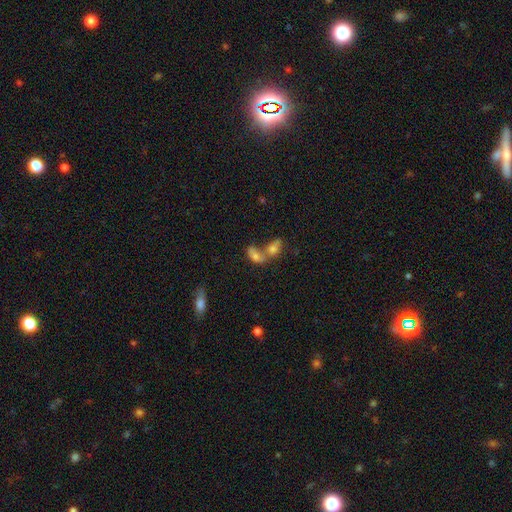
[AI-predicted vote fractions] Q: Smooth or featured?
A: smooth (65%); runner-up: featured or disk (21%)
Q: How rounded?
A: in between (78%); runner-up: round (15%)
Q: Merging?
A: merger (66%); runner-up: none (22%)